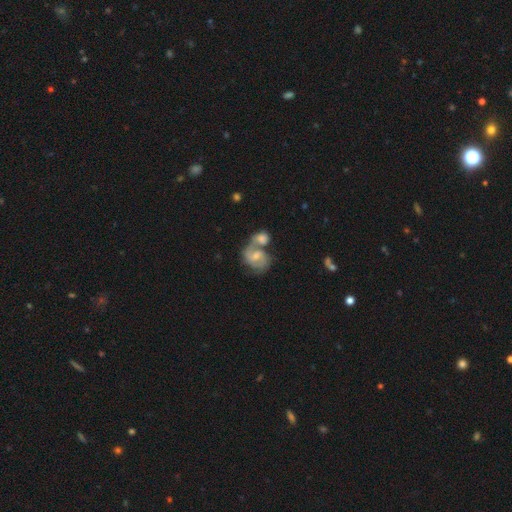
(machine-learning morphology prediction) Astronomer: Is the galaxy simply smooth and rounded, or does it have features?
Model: featured or disk — 72%.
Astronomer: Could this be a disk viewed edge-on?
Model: no — 97%.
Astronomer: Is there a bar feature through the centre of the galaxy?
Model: weak — 50% (runner-up: no, 35%).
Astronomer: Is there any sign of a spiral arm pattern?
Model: yes — 89%.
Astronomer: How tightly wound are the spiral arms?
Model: medium — 52% (runner-up: tight, 29%).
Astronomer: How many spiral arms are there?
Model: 2 — 80%.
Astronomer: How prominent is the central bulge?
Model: moderate — 45% (runner-up: small, 42%).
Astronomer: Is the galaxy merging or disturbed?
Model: merger — 51% (runner-up: none, 32%).